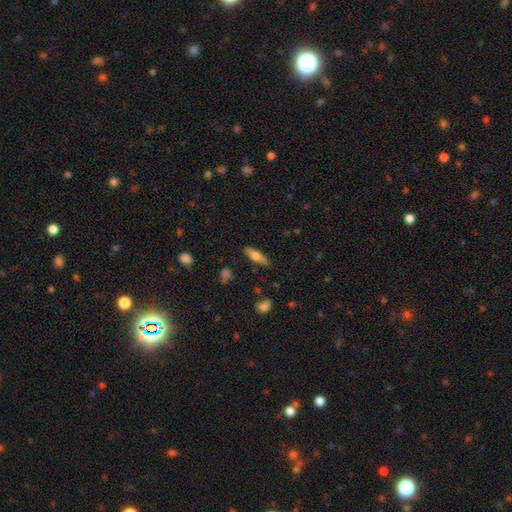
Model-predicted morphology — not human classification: smooth 55%, featured or disk 38%, star or artifact 7%. Down the decision tree: how rounded — cigar-shaped (57%); merging — none (84%).